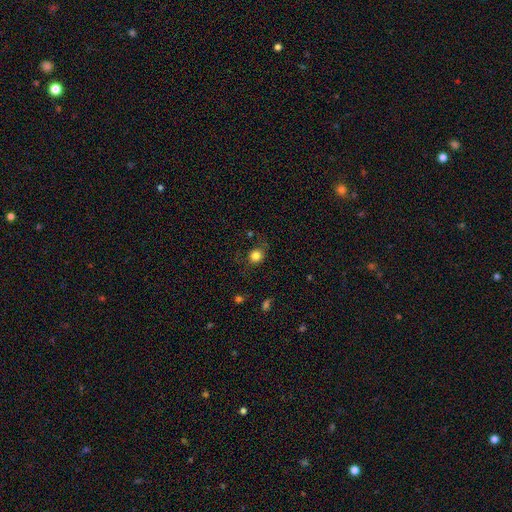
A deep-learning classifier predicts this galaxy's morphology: This is clearly a smooth galaxy (81%). How rounded: clearly round (82%). Merging: likely none (67%).